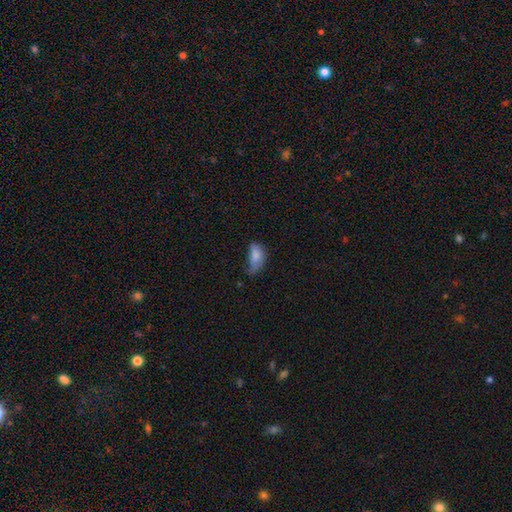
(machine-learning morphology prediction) Q: Smooth or featured?
A: smooth (79%); runner-up: featured or disk (12%)
Q: How rounded?
A: in between (91%); runner-up: round (4%)
Q: Merging?
A: minor disturbance (41%); runner-up: major disturbance (29%)